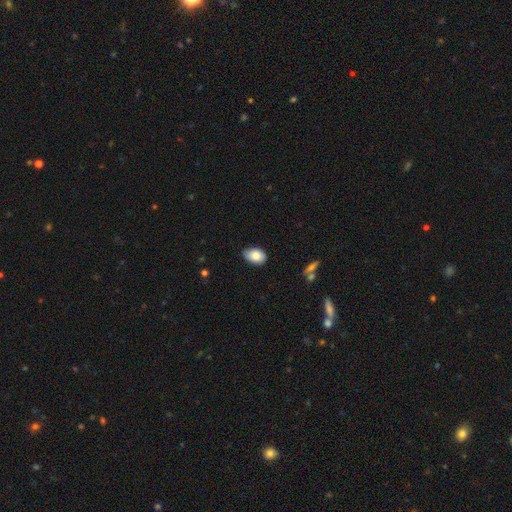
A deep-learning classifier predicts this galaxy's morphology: A smooth galaxy with no disk features (84%) that is in between round and cigar-shaped (86%).

Vote fractions:
- Smooth or featured? smooth: 84% / featured or disk: 9% / star or artifact: 8%
- How rounded? in between: 86% / round: 13% / cigar-shaped: 1%
- Merging? none: 79% / minor disturbance: 18% / major disturbance: 2% / merger: 1%